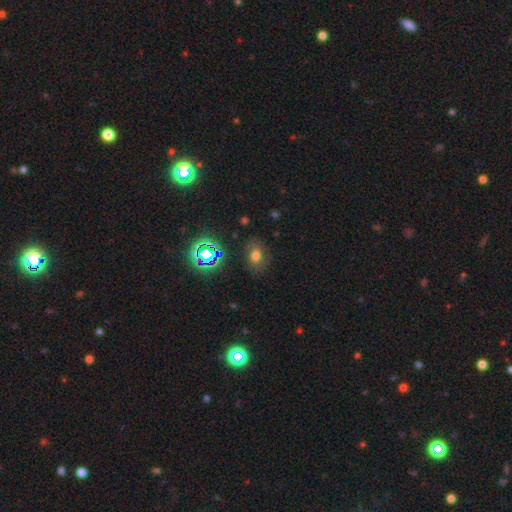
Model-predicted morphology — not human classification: This appears to be a smooth galaxy with no disk features (55%) that is in between round and cigar-shaped (65%). Merging: none (76%).